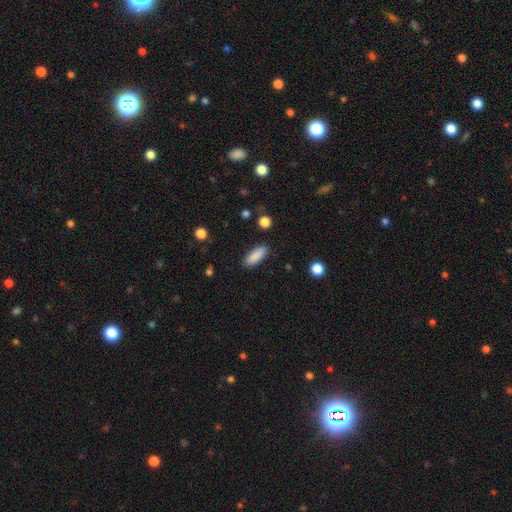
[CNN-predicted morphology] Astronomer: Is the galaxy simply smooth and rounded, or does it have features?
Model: smooth — 89%.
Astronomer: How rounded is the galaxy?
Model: in between — 68%.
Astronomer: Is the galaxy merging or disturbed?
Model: none — 88%.